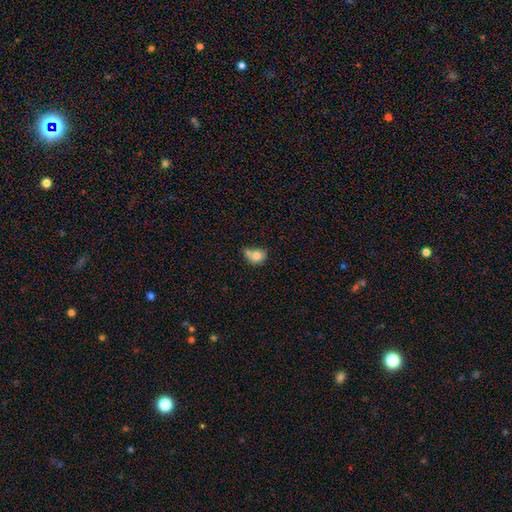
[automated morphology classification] Q: Smooth or featured?
A: smooth (77%); runner-up: featured or disk (13%)
Q: How rounded?
A: round (57%); runner-up: in between (42%)
Q: Merging?
A: merger (40%); runner-up: none (35%)